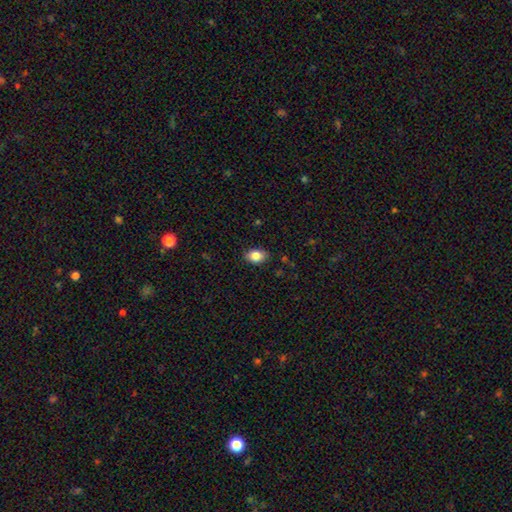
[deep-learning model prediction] Smooth or featured?
  - smooth: 84% *
  - star or artifact: 9%
  - featured or disk: 7%
How rounded?
  - in between: 79% *
  - round: 19%
  - cigar-shaped: 1%
Merging?
  - none: 85% *
  - minor disturbance: 12%
  - major disturbance: 2%
  - merger: 1%